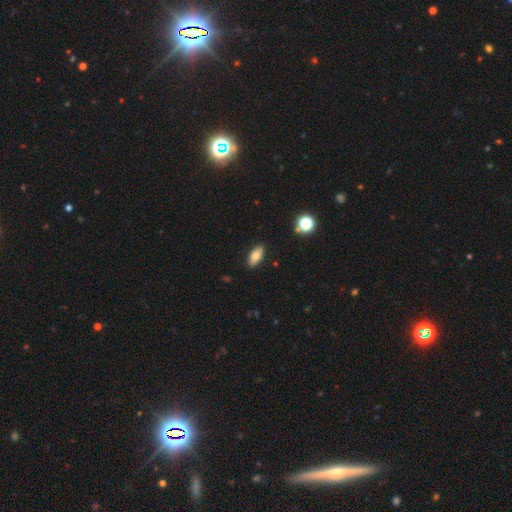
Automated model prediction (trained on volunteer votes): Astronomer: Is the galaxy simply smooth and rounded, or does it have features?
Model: smooth — 76%.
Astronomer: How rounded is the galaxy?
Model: in between — 86%.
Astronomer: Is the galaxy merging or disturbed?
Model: none — 89%.